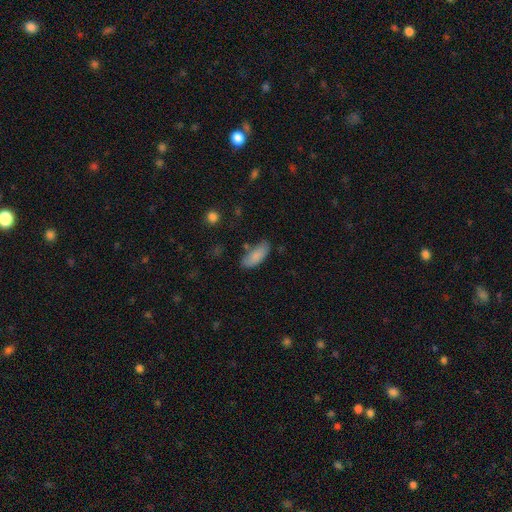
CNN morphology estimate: type=smooth (85%); roundness=in between (83%); merging=none (70%).